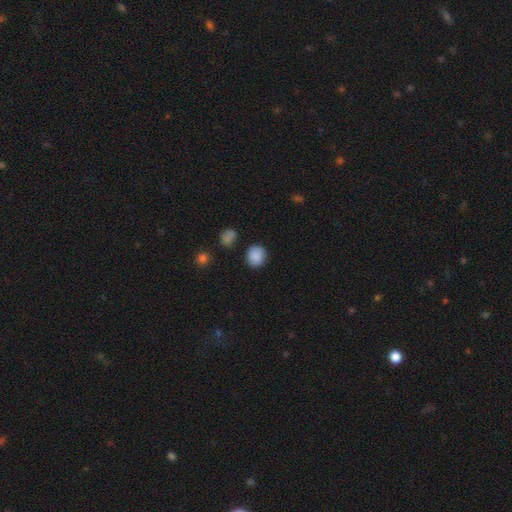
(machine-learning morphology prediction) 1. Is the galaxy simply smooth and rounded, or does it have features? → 87% smooth, 9% star or artifact, 4% featured or disk.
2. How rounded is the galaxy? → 76% round, 23% in between, 1% cigar-shaped.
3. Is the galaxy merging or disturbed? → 85% none, 10% minor disturbance, 3% merger, 3% major disturbance.